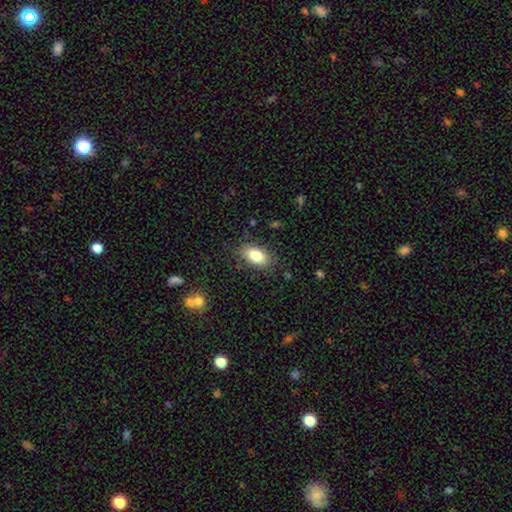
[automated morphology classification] smooth-or-featured: smooth: 81% | featured or disk: 11% | star or artifact: 8%
  how-rounded: in between: 91% | round: 6% | cigar-shaped: 3%
  merging: none: 83% | minor disturbance: 12% | major disturbance: 4% | merger: 1%